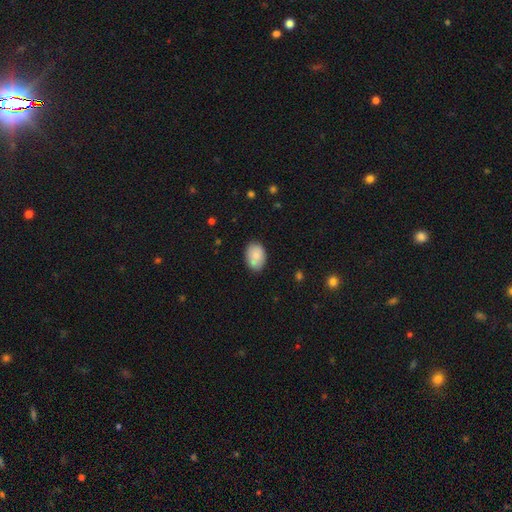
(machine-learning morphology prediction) Smooth or featured? smooth (82%)
How rounded? in between (83%)
Merging? none (77%)